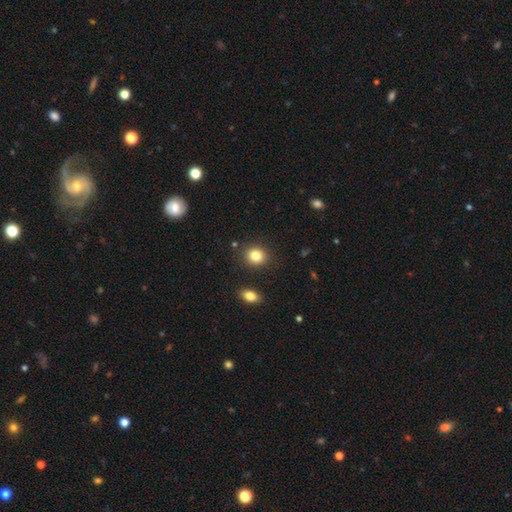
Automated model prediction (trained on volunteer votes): smooth_or_featured: smooth (p=0.83) [alt: star or artifact p=0.11]
how_rounded: round (p=0.73) [alt: in between p=0.26]
merging: none (p=0.87) [alt: minor disturbance p=0.08]